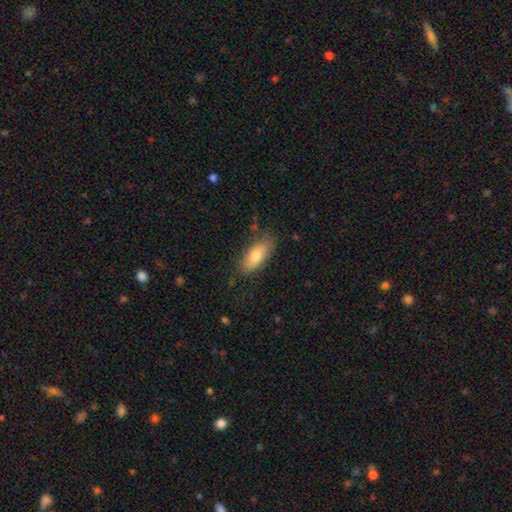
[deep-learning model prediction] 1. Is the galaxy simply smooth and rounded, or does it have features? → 76% smooth, 17% featured or disk, 7% star or artifact.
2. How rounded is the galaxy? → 81% in between, 16% cigar-shaped, 3% round.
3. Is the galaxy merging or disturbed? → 78% none, 17% minor disturbance, 4% major disturbance, 2% merger.